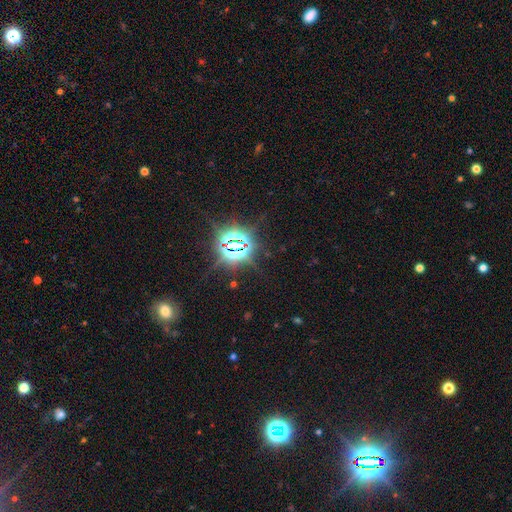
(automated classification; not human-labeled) smooth_or_featured: star or artifact (p=0.83) [alt: smooth p=0.11]